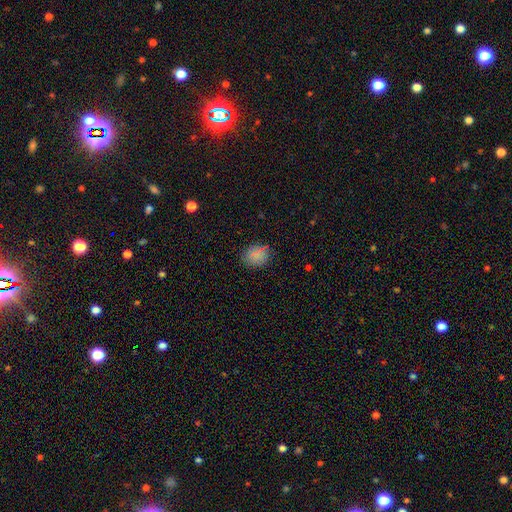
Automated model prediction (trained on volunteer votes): A smooth galaxy with no disk features (78%) that is round (53%).

Vote fractions:
- Smooth or featured? smooth: 78% / star or artifact: 16% / featured or disk: 6%
- How rounded? round: 53% / in between: 46% / cigar-shaped: 1%
- Merging? none: 83% / minor disturbance: 12% / major disturbance: 3% / merger: 2%